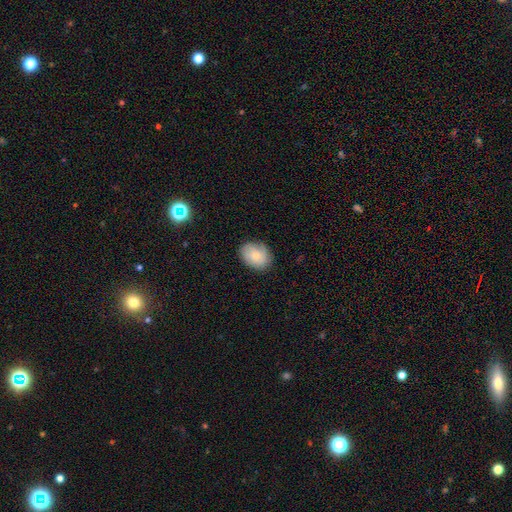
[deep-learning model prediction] A smooth galaxy with no disk features (70%) that is in between round and cigar-shaped (59%).

Vote fractions:
- Smooth or featured? smooth: 70% / featured or disk: 22% / star or artifact: 7%
- How rounded? in between: 59% / round: 40% / cigar-shaped: 1%
- Merging? none: 78% / minor disturbance: 17% / major disturbance: 4% / merger: 1%